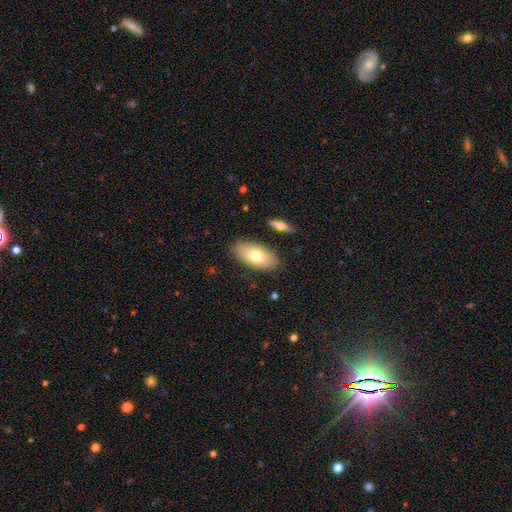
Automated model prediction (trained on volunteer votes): smooth 72%, featured or disk 21%, star or artifact 7%. Down the decision tree: how rounded — in between (92%); merging — none (86%).